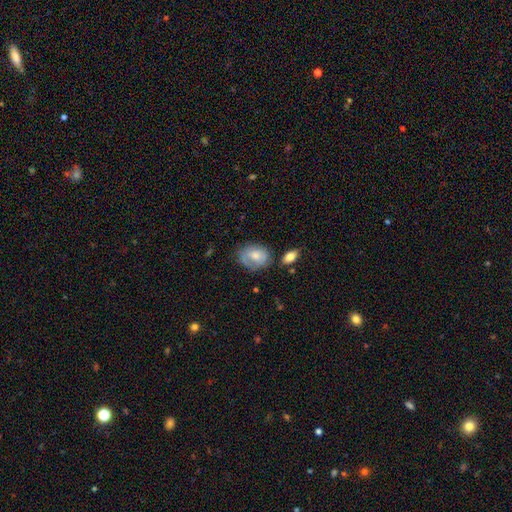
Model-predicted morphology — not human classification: This is possibly a smooth galaxy (59%). How rounded: likely in between (65%). Merging: possibly none (55%).